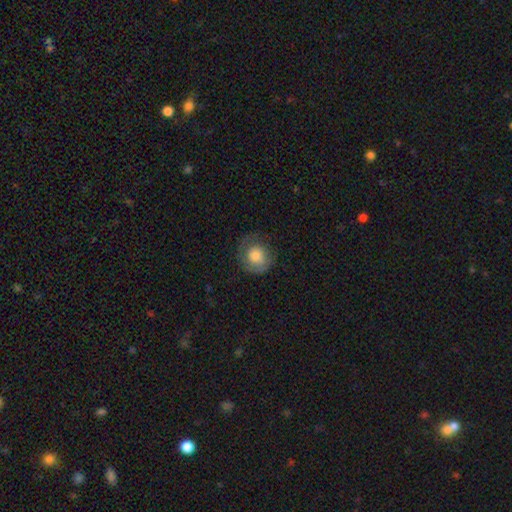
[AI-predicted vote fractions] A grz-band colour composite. It shows a smooth galaxy with no disk features (67%) that is round (87%). Merging: none (67%).